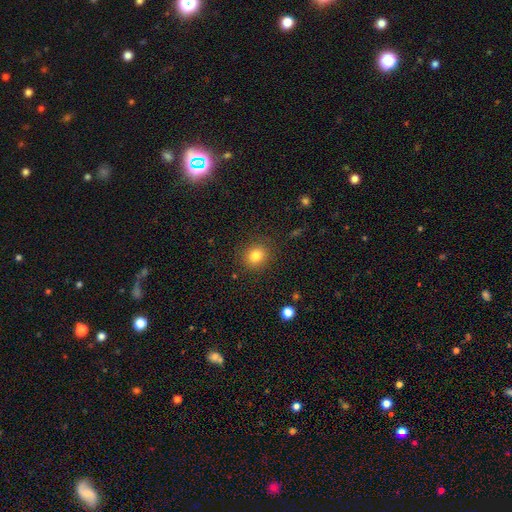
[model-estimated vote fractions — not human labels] smooth_or_featured: smooth (p=0.81) [alt: star or artifact p=0.12]
how_rounded: round (p=0.80) [alt: in between p=0.19]
merging: none (p=0.88) [alt: minor disturbance p=0.08]